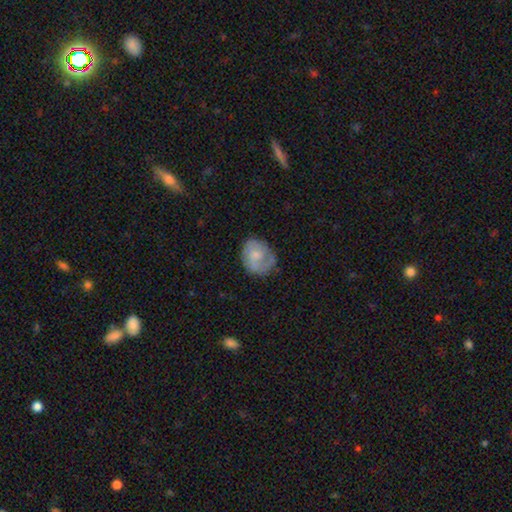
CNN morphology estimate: The model was most divided on "smooth or featured": smooth: 53%, featured or disk: 40%, star or artifact: 7%. More confident: merging — none (57%); how rounded — round (57%).